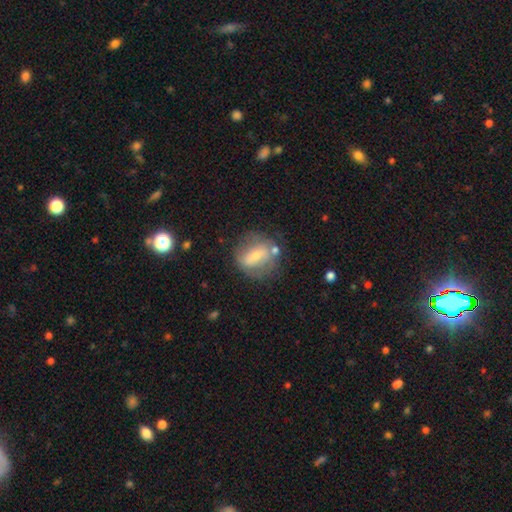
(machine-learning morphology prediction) Q: Smooth or featured?
A: featured or disk (47%); runner-up: smooth (45%)
Q: Merging?
A: none (57%); runner-up: minor disturbance (21%)